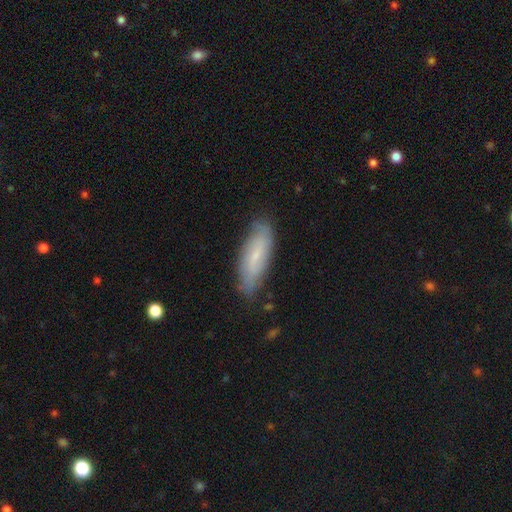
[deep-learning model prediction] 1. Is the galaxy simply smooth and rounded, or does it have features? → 48% featured or disk, 44% smooth, 7% star or artifact.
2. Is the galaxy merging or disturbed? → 78% none, 17% minor disturbance, 4% major disturbance, 2% merger.